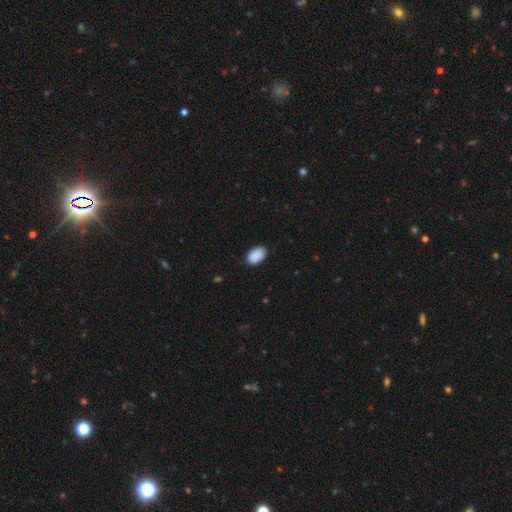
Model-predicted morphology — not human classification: This appears to be a smooth galaxy with no disk features (90%) that is in between round and cigar-shaped (91%). Merging: none (86%).